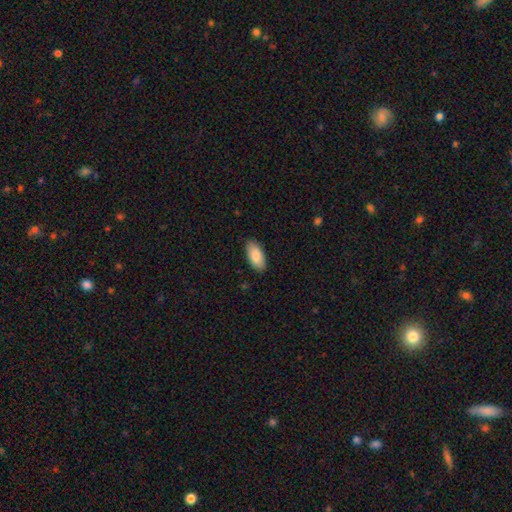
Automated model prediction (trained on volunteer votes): Smooth or featured: smooth — 86% (featured or disk — 8%)
How rounded: in between — 92% (cigar-shaped — 6%)
Merging: none — 87% (minor disturbance — 10%)